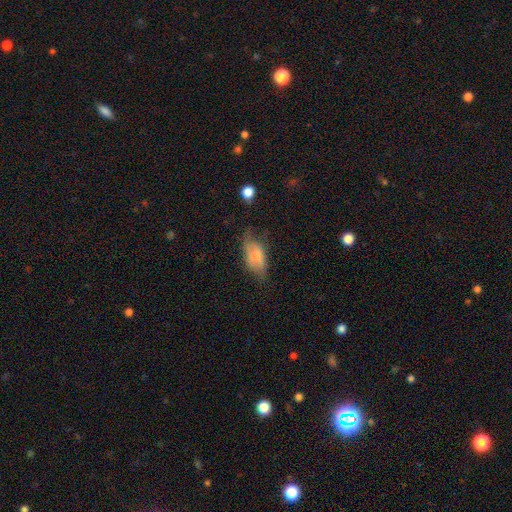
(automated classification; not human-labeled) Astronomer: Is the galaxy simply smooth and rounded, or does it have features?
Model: smooth — 66%.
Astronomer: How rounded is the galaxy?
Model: in between — 89%.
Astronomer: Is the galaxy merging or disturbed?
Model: none — 47% (runner-up: minor disturbance, 34%).